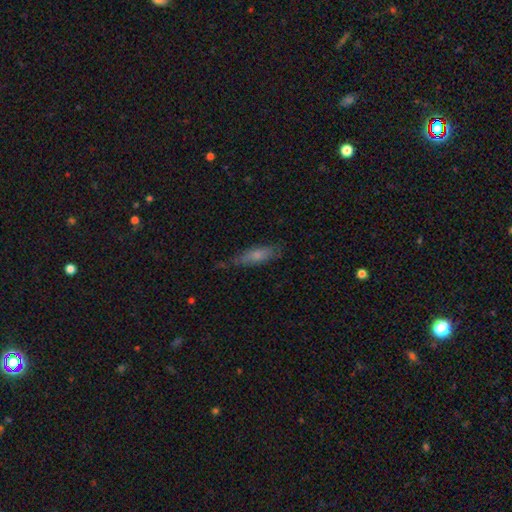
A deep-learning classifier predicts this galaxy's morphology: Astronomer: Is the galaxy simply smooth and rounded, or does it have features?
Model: smooth — 55% (runner-up: featured or disk, 34%).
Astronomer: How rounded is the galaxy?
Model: cigar-shaped — 68%.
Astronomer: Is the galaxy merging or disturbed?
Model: none — 71%.